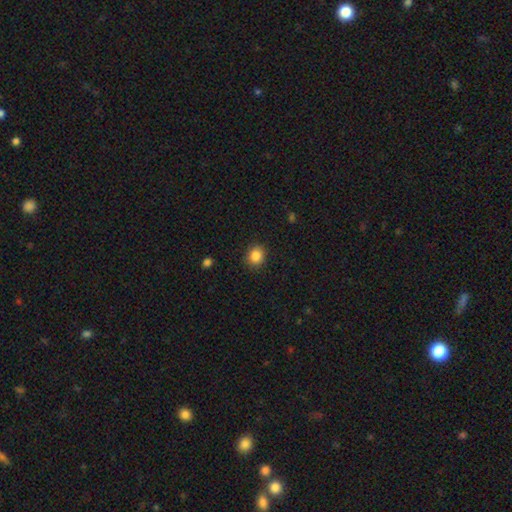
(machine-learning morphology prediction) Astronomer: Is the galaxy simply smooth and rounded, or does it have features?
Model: smooth — 85%.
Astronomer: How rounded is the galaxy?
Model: round — 81%.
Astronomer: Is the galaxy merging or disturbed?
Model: none — 89%.